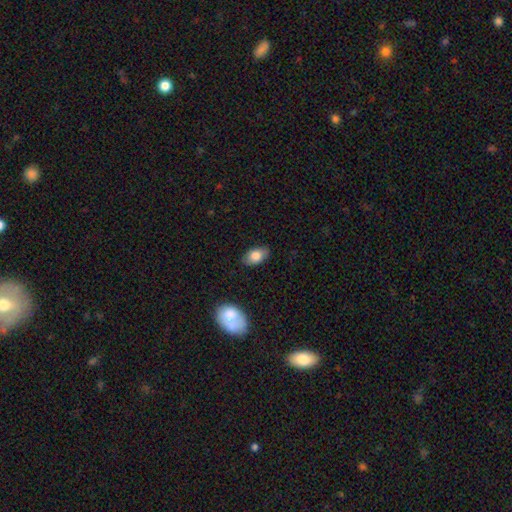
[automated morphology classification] A smooth galaxy with no disk features (80%) that is in between round and cigar-shaped (92%). Merging: none (85%).